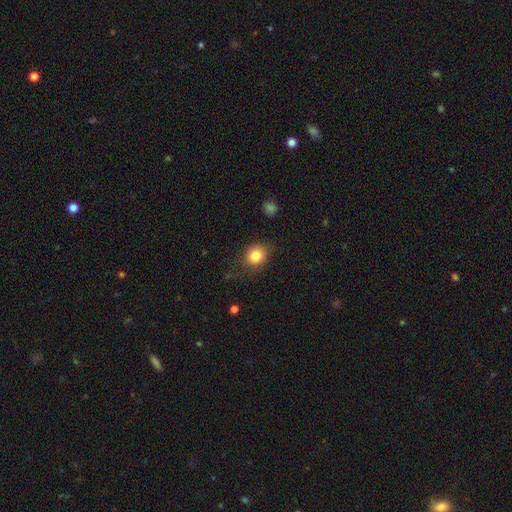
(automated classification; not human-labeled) This is clearly a smooth galaxy (84%). How rounded: likely round (71%). Merging: likely none (77%).